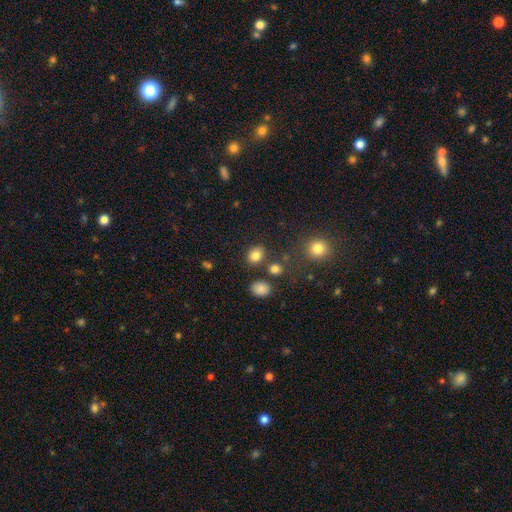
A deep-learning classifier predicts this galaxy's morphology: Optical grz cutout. It shows a smooth galaxy with no disk features (81%) that is round (56%). Merging: none (78%).